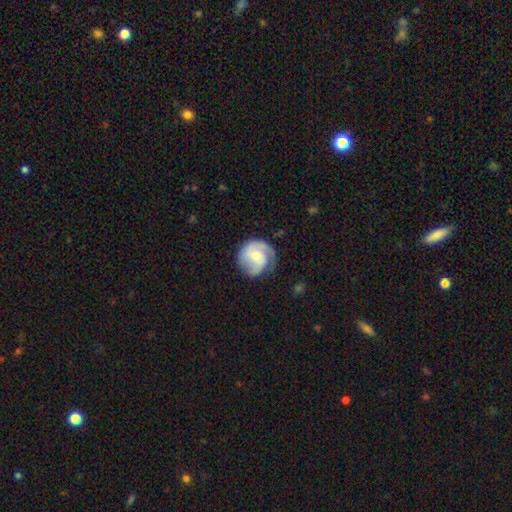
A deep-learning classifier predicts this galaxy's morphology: A featured or disk galaxy (68%) with no bar (59%), 2 (46%) tight (44%) spiral arms (93%) and a small central bulge (50%).

Vote fractions:
- Smooth or featured? featured or disk: 68% / smooth: 26% / star or artifact: 6%
- Edge-on disk? no: 98% / yes: 2%
- Bar? no: 59% / weak: 35% / strong: 6%
- Spiral arms? yes: 93% / no: 7%
- Spiral winding? tight: 44% / medium: 40% / loose: 16%
- Spiral arm count? 2: 46% / 1: 21% / can't tell: 16% / 3: 13% / 4: 3% / more than 4: 2%
- Bulge size? small: 50% / moderate: 40% / none: 5% / large: 4% / dominant: 1%
- Merging? none: 68% / minor disturbance: 21% / major disturbance: 10% / merger: 2%